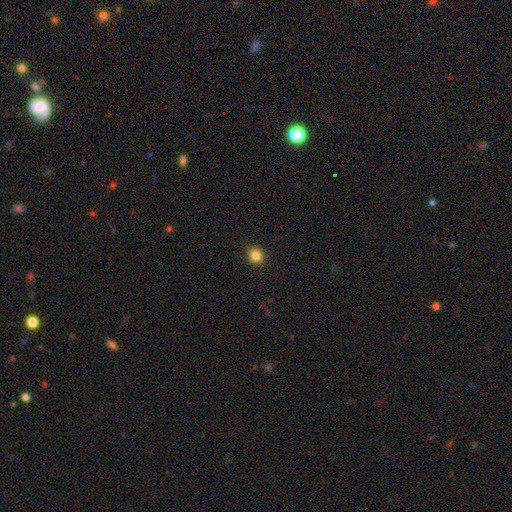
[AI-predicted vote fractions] Smooth or featured?
  - smooth: 84% *
  - star or artifact: 12%
  - featured or disk: 5%
How rounded?
  - round: 90% *
  - in between: 9%
  - cigar-shaped: 1%
Merging?
  - none: 92% *
  - minor disturbance: 5%
  - major disturbance: 2%
  - merger: 1%